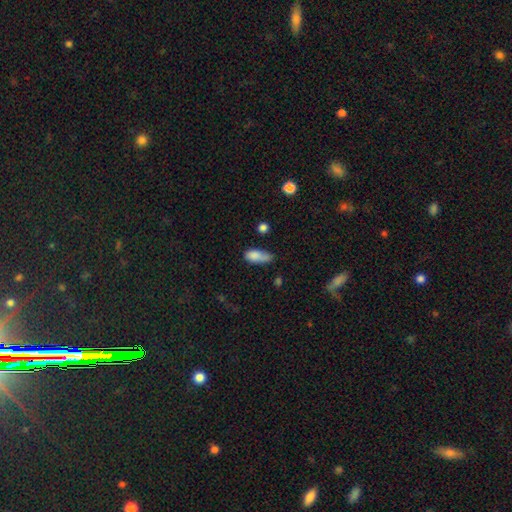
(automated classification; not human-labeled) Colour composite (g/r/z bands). It shows a smooth galaxy with no disk features (82%) that is in between round and cigar-shaped (79%). Merging: minor disturbance (39%).